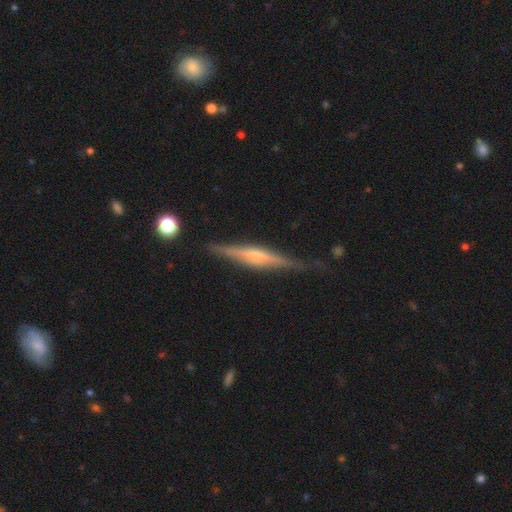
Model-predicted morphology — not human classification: smooth_or_featured: featured or disk (p=0.75) [alt: smooth p=0.19]
disk_edge_on: yes (p=0.97) [alt: no p=0.03]
edge_on_bulge: rounded (p=0.60) [alt: none p=0.22]
merging: none (p=0.81) [alt: minor disturbance p=0.14]